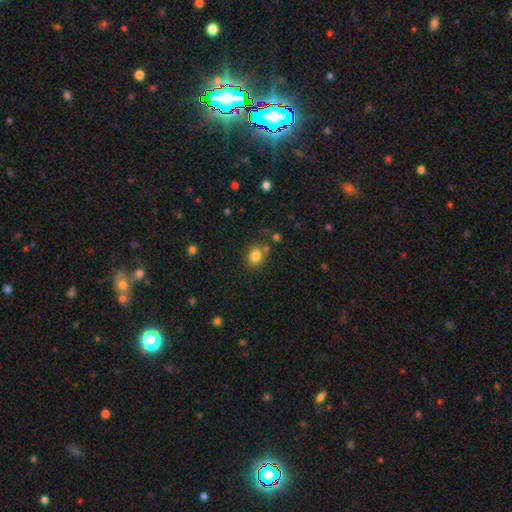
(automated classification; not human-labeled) Smooth or featured: smooth — 82% (star or artifact — 12%)
How rounded: round — 68% (in between — 31%)
Merging: none — 74% (minor disturbance — 13%)